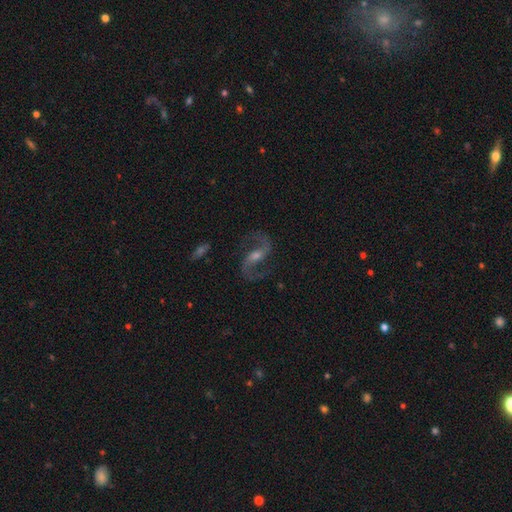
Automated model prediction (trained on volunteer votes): Overall: featured or disk (91%). Edge-on disk: no (97%). Bar: weak (47%; strong 30%). Spiral arms: yes (98%). Spiral arm count: 2 (94%). Spiral winding: medium (47%; loose 46%). Bulge size: moderate (50%; small 38%). Merging: none (81%).